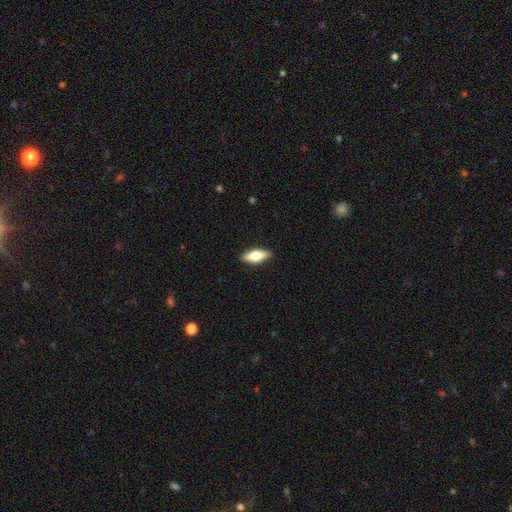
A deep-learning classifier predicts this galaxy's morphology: Overall: smooth (60%; featured or disk 34%). How rounded: in between (69%). Merging: none (89%).